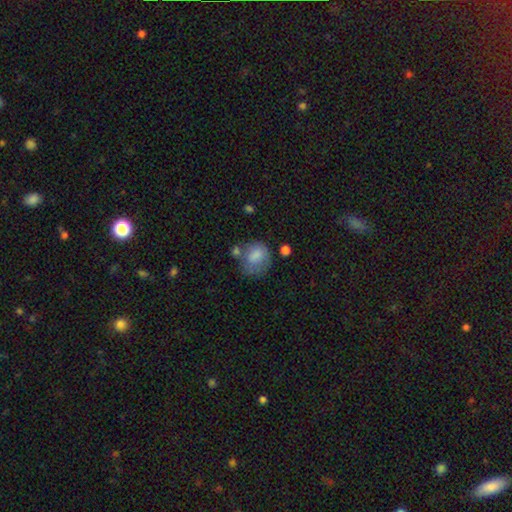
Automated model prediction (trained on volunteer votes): A smooth galaxy with no disk features (76%) that is round (62%).

Vote fractions:
- Smooth or featured? smooth: 76% / featured or disk: 15% / star or artifact: 9%
- How rounded? round: 62% / in between: 37% / cigar-shaped: 1%
- Merging? none: 40% / minor disturbance: 28% / major disturbance: 20% / merger: 12%